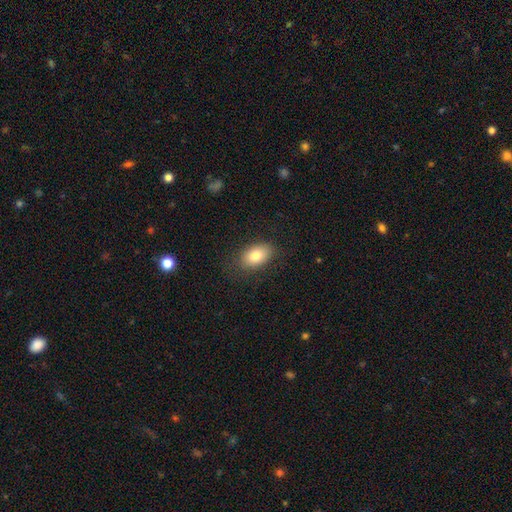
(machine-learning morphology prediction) type=smooth (81%); roundness=in between (90%); merging=none (81%).